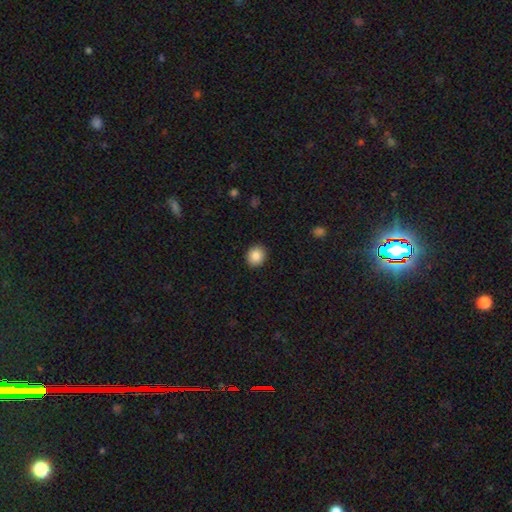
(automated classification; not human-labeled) Q: Smooth or featured?
A: smooth (87%); runner-up: star or artifact (9%)
Q: How rounded?
A: round (75%); runner-up: in between (25%)
Q: Merging?
A: none (91%); runner-up: minor disturbance (6%)